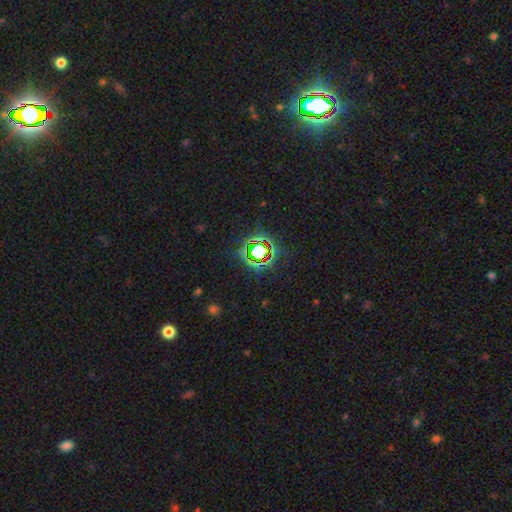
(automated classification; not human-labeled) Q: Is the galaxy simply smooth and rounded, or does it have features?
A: star or artifact — 76%.